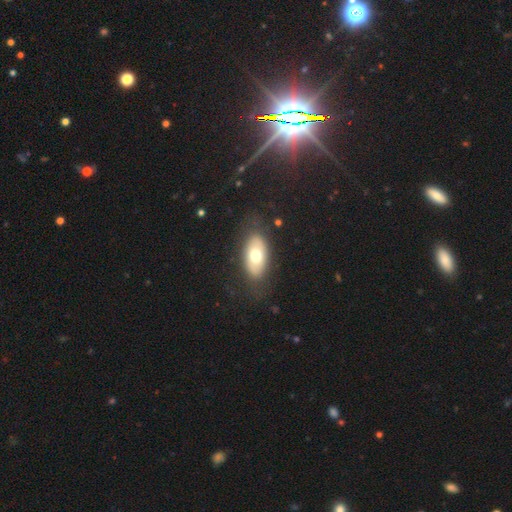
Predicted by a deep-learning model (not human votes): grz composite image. It shows a smooth galaxy with no disk features (62%) that is in between round and cigar-shaped (91%). Merging: none (79%).